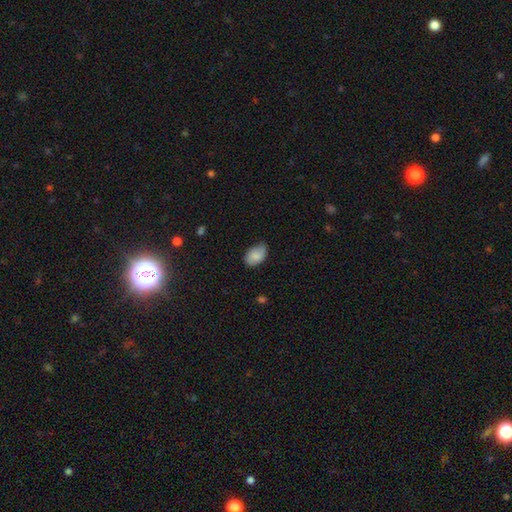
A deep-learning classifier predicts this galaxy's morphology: Smooth or featured? Predicted: smooth (p=0.83). How rounded? Predicted: in between (p=0.90). Merging? Predicted: none (p=0.64).